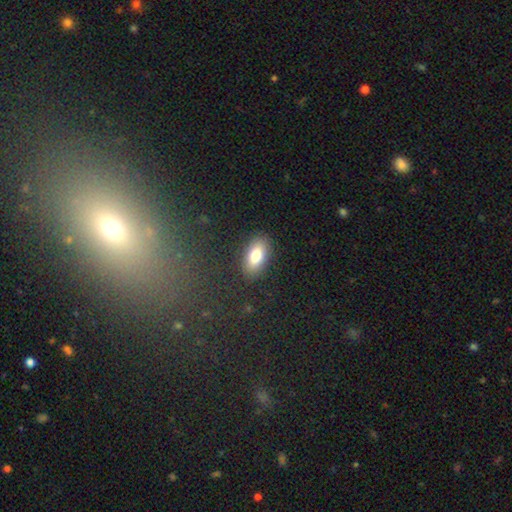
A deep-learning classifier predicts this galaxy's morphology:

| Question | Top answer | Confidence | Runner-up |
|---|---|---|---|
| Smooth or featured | smooth | 79% | featured or disk (13%) |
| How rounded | in between | 91% | cigar-shaped (5%) |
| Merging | none | 87% | minor disturbance (9%) |